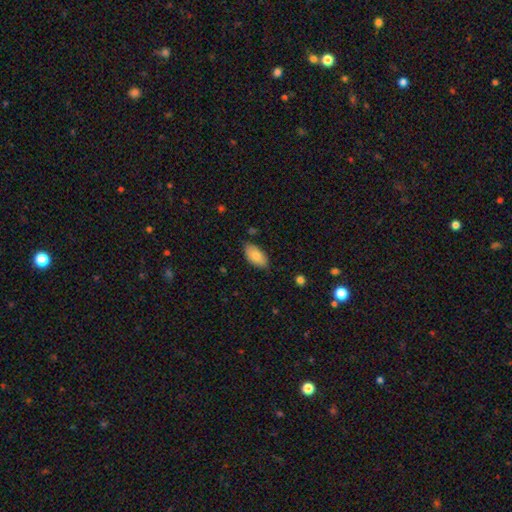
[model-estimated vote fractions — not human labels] Morphology: type=smooth (81%); roundness=in between (95%); merging=none (78%).